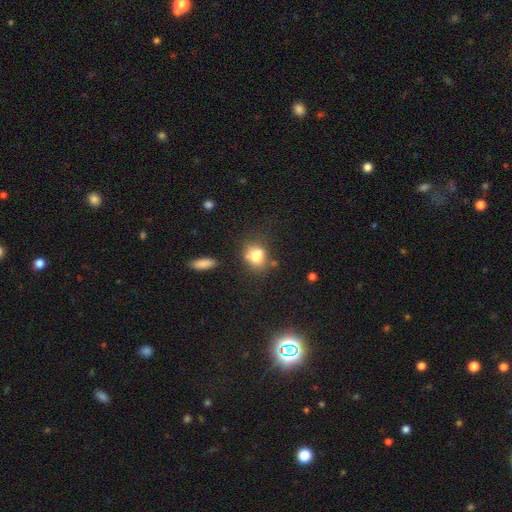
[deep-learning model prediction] Morphology: type=smooth (74%); roundness=round (50%); merging=none (56%).